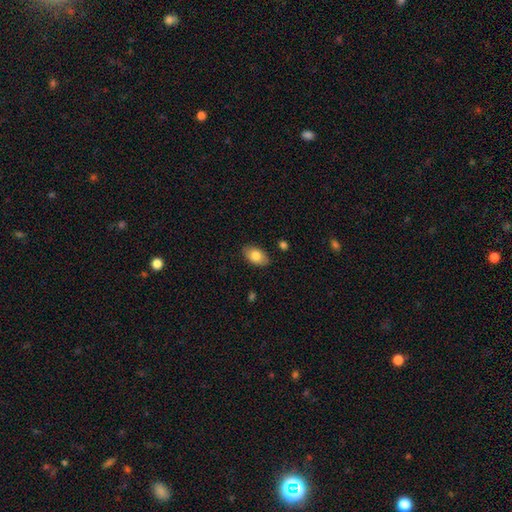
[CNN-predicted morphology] Smooth or featured?
  - smooth: 81% *
  - featured or disk: 12%
  - star or artifact: 7%
How rounded?
  - in between: 92% *
  - round: 7%
  - cigar-shaped: 1%
Merging?
  - none: 85% *
  - minor disturbance: 11%
  - major disturbance: 2%
  - merger: 1%